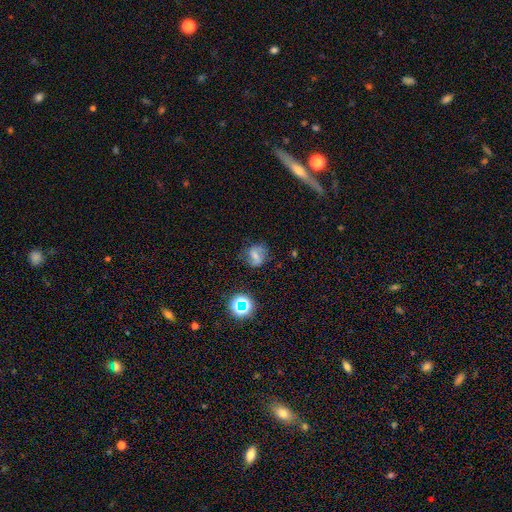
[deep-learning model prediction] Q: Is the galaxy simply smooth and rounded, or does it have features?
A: smooth — 45%.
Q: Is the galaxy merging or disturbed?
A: none — 67%.